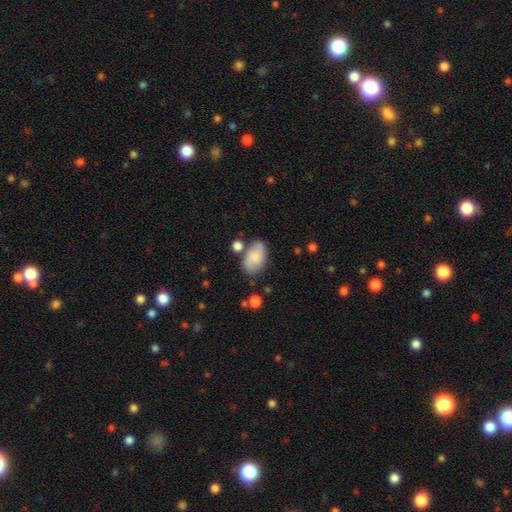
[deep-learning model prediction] smooth 69%, featured or disk 23%, star or artifact 8%. Down the decision tree: how rounded — in between (91%); merging — none (62%).